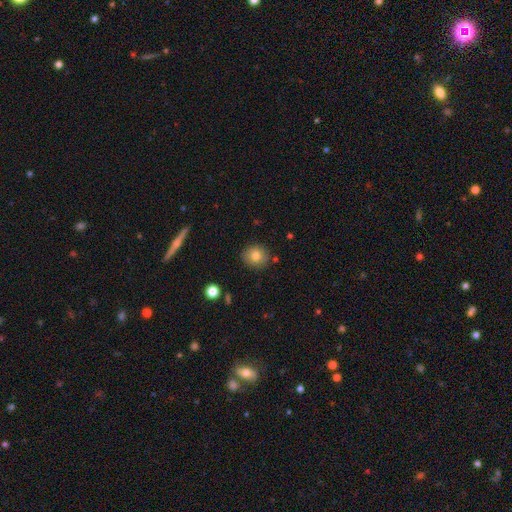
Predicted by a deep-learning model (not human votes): A smooth galaxy with no disk features (79%) that is round (85%). Merging: none (87%).